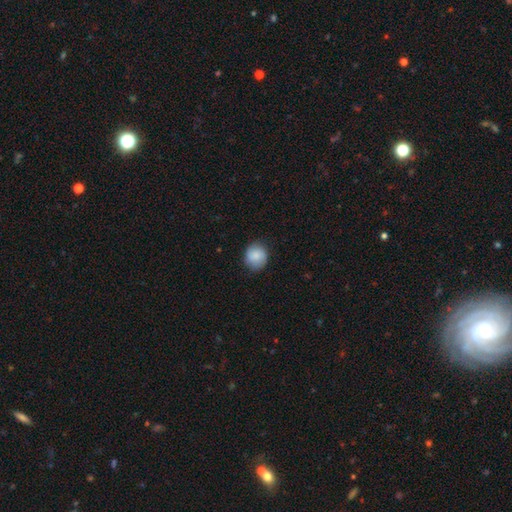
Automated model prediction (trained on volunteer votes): smooth 84%, featured or disk 9%, star or artifact 7%. Down the decision tree: how rounded — round (79%); merging — none (81%).